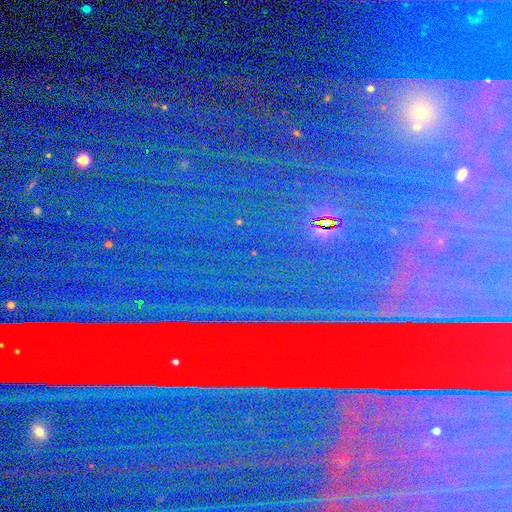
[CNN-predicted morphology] Smooth or featured? Predicted: star or artifact (p=0.79).